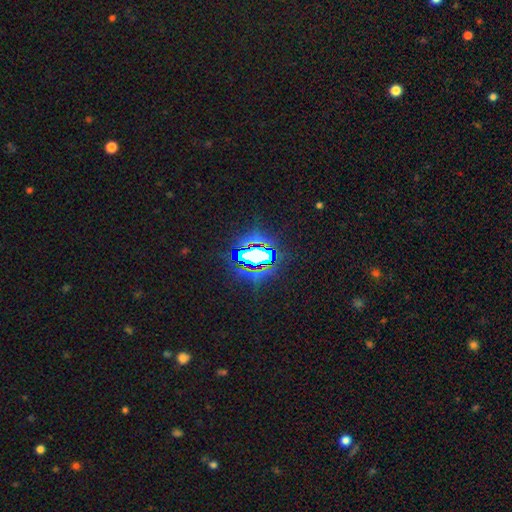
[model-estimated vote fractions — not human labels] The model was most divided on "smooth or featured": star or artifact: 67%, smooth: 19%, featured or disk: 14%.